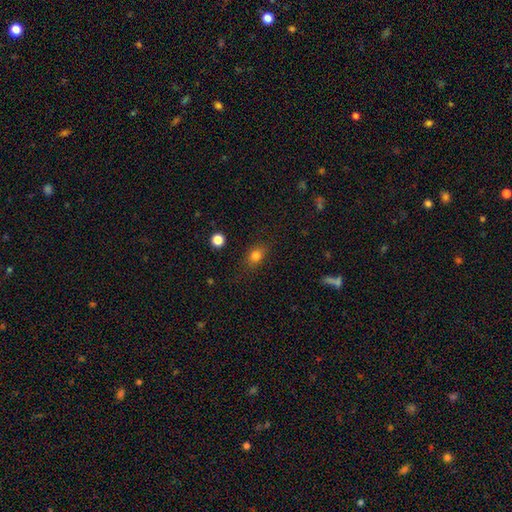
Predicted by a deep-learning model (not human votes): Morphology: type=smooth (80%); roundness=in between (64%); merging=none (79%).